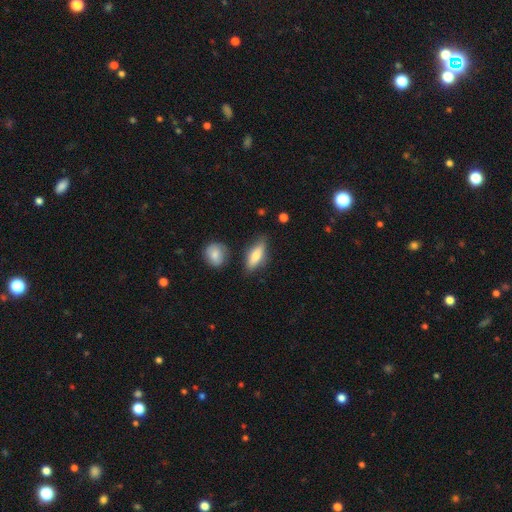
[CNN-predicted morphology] Smooth or featured?
  - smooth: 67% *
  - featured or disk: 27%
  - star or artifact: 6%
How rounded?
  - in between: 57% *
  - cigar-shaped: 39%
  - round: 3%
Merging?
  - none: 77% *
  - minor disturbance: 16%
  - merger: 4%
  - major disturbance: 4%